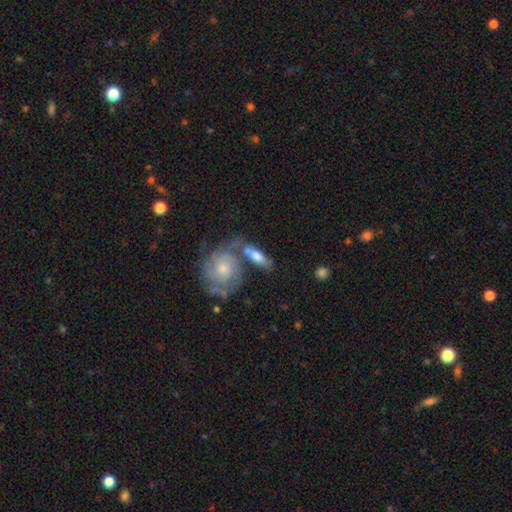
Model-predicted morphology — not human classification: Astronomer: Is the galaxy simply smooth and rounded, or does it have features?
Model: smooth — 55% (runner-up: featured or disk, 38%).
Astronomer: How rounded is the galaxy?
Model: in between — 65%.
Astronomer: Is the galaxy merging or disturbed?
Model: none — 43% (runner-up: merger, 32%).